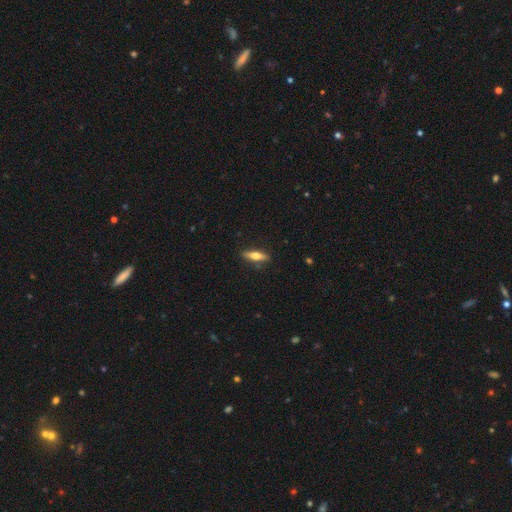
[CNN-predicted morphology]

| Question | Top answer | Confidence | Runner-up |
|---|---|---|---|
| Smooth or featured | smooth | 54% | featured or disk (40%) |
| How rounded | cigar-shaped | 64% | in between (33%) |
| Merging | none | 87% | minor disturbance (9%) |